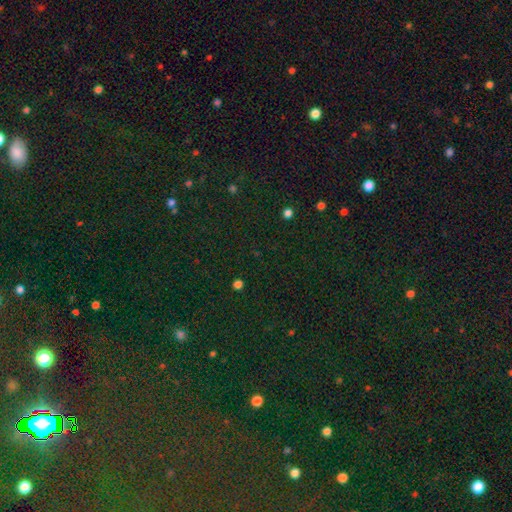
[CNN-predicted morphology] Overall: star or artifact (77%).